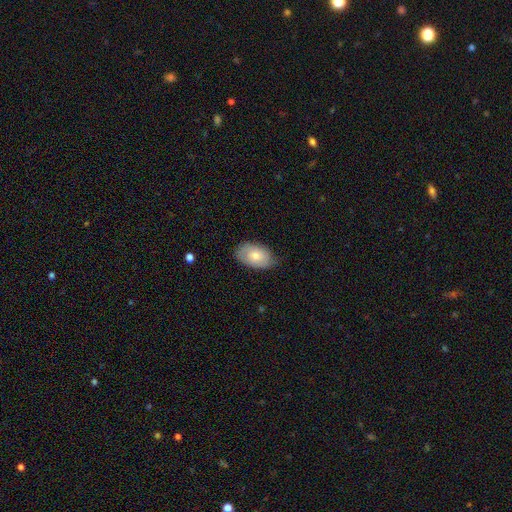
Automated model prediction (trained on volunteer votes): Overall: smooth (65%; featured or disk 29%). How rounded: in between (92%). Merging: none (75%).